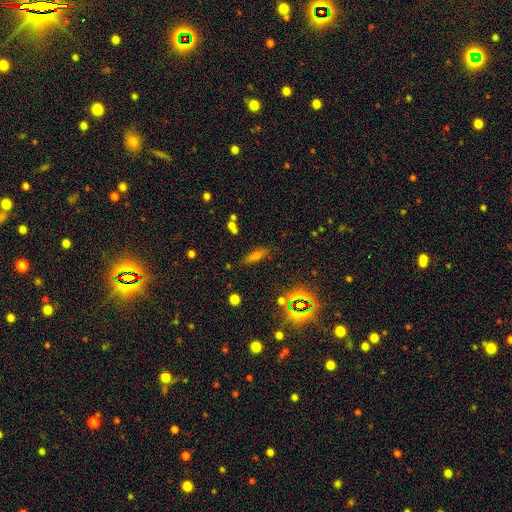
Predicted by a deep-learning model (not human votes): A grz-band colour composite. It shows a smooth galaxy with no disk features (58%) that is cigar-shaped (51%). Merging: none (76%).